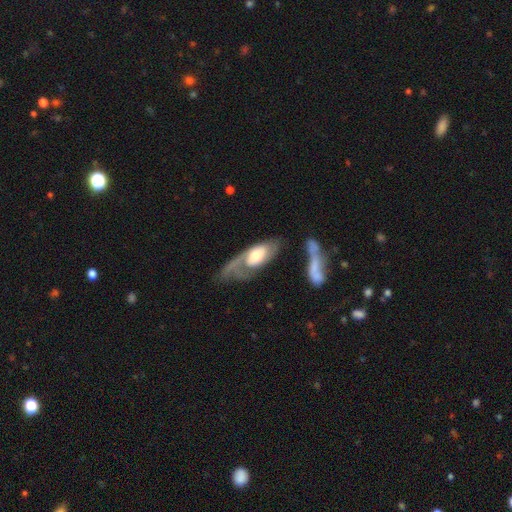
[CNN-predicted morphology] Q: Smooth or featured?
A: featured or disk (64%); runner-up: smooth (31%)
Q: Edge-on disk?
A: no (89%); runner-up: yes (11%)
Q: Bar?
A: no (68%); runner-up: weak (24%)
Q: Spiral arms?
A: yes (78%); runner-up: no (22%)
Q: Bulge size?
A: moderate (53%); runner-up: large (28%)
Q: Merging?
A: major disturbance (38%); runner-up: none (29%)